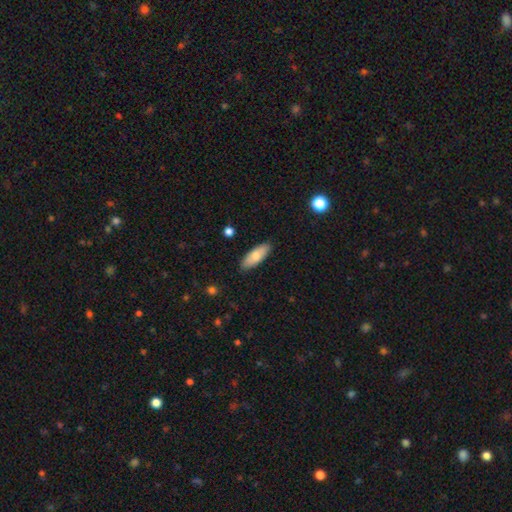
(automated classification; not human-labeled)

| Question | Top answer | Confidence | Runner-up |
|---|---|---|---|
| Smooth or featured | smooth | 77% | featured or disk (18%) |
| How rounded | in between | 72% | cigar-shaped (26%) |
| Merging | none | 88% | minor disturbance (10%) |